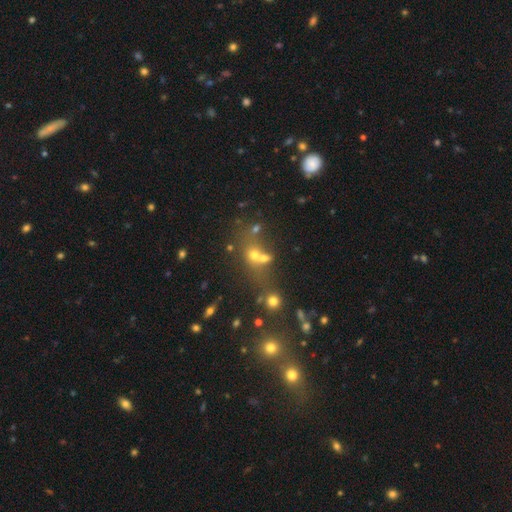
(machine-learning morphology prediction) smooth-or-featured: smooth: 52% | star or artifact: 29% | featured or disk: 18%
  how-rounded: round: 66% | in between: 31% | cigar-shaped: 3%
  merging: merger: 46% | none: 39% | minor disturbance: 9% | major disturbance: 6%